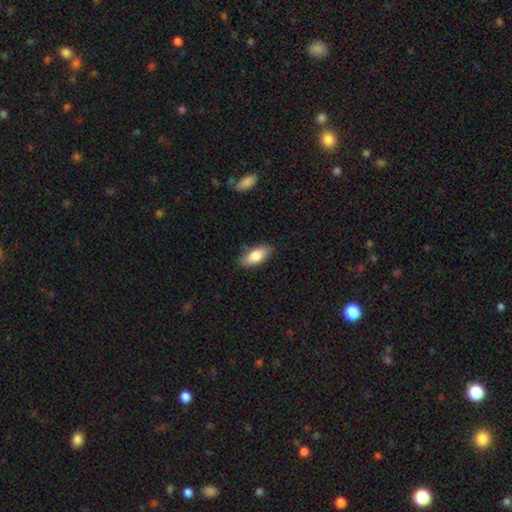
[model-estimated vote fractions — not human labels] smooth 79%, featured or disk 15%, star or artifact 6%. Down the decision tree: how rounded — in between (82%); merging — none (82%).